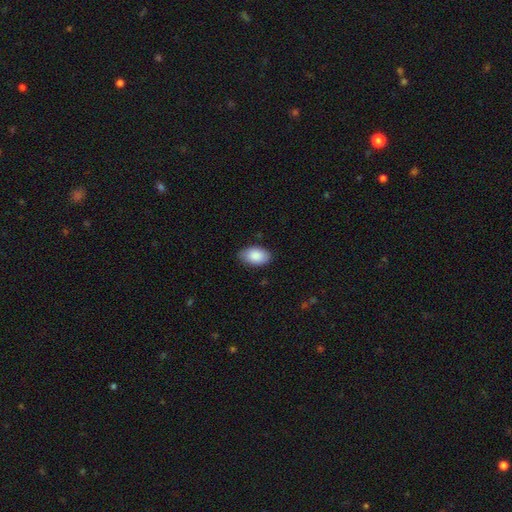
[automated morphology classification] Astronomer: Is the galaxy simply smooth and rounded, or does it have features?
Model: smooth — 88%.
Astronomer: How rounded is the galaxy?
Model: in between — 93%.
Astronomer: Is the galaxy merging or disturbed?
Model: none — 83%.